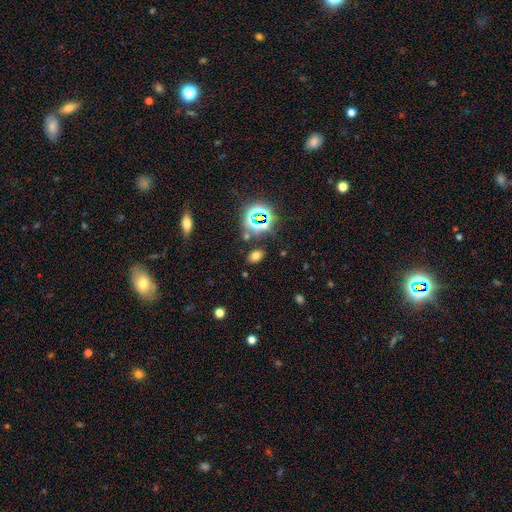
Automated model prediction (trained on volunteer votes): A smooth galaxy with no disk features (64%) that is in between round and cigar-shaped (80%). Merging: none (84%).